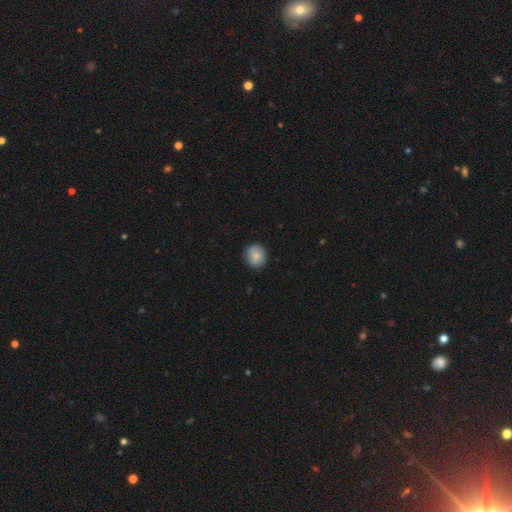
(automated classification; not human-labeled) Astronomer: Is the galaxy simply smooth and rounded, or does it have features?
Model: smooth — 85%.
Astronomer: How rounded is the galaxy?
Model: round — 77%.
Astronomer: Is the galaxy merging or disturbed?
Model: none — 87%.